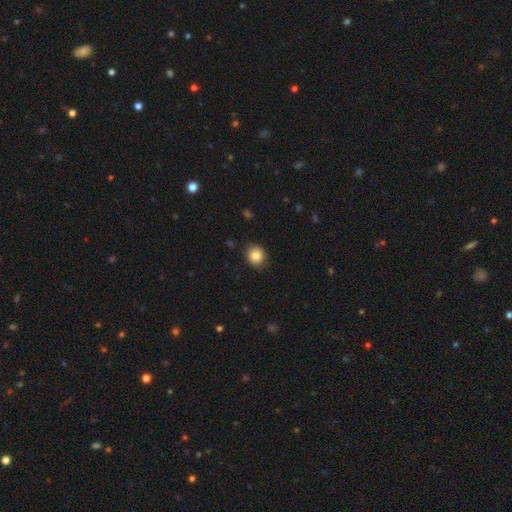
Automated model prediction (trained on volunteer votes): Overall: smooth (86%). How rounded: round (73%). Merging: none (83%).